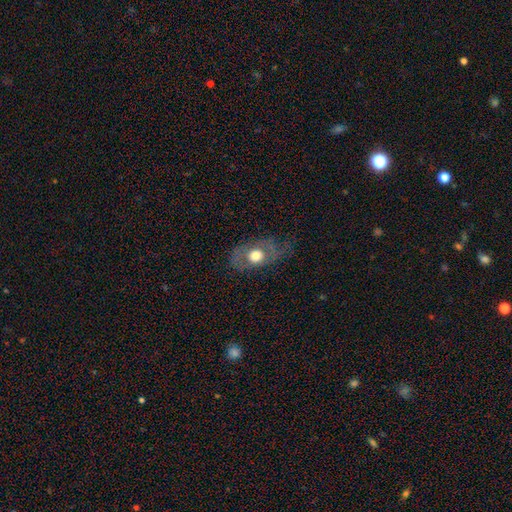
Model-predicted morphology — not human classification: Smooth or featured?
  - featured or disk: 46% *
  - smooth: 45%
  - star or artifact: 9%
Merging?
  - none: 61% *
  - minor disturbance: 21%
  - major disturbance: 17%
  - merger: 1%